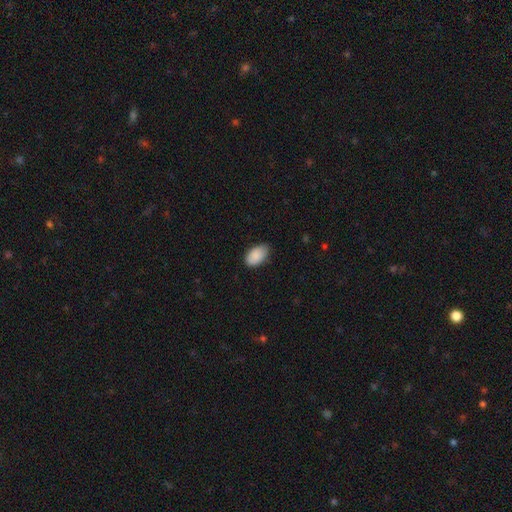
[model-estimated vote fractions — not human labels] A smooth galaxy with no disk features (89%) that is in between round and cigar-shaped (94%). Merging: none (75%).